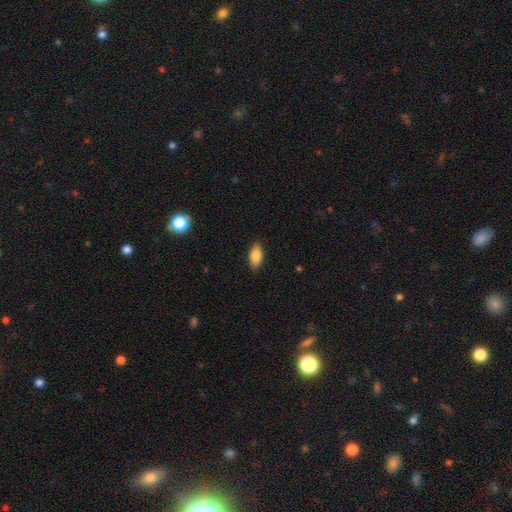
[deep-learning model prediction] Smooth or featured: smooth — 85% (featured or disk — 8%)
How rounded: in between — 90% (cigar-shaped — 7%)
Merging: none — 87% (minor disturbance — 10%)